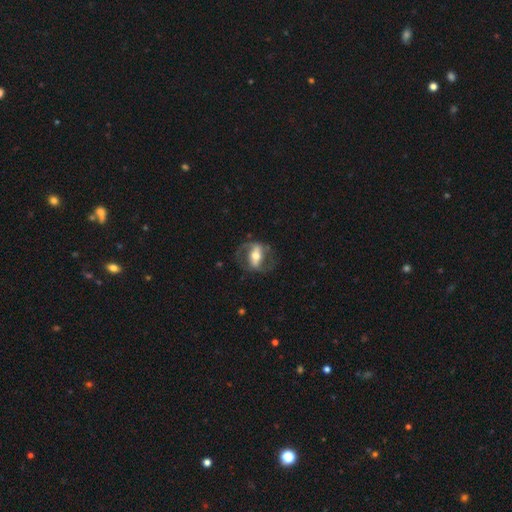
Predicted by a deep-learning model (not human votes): smooth_or_featured: featured or disk (p=0.78) [alt: smooth p=0.17]
disk_edge_on: no (p=0.88) [alt: yes p=0.12]
bar: strong (p=0.64) [alt: weak p=0.23]
has_spiral_arms: yes (p=0.75) [alt: no p=0.25]
spiral_winding: medium (p=0.48) [alt: loose p=0.32]
spiral_arm_count: 2 (p=0.86) [alt: can't tell p=0.07]
bulge_size: moderate (p=0.63) [alt: large p=0.17]
merging: none (p=0.70) [alt: minor disturbance p=0.15]